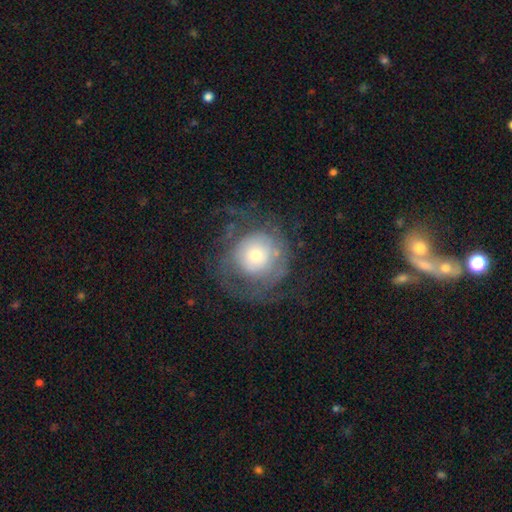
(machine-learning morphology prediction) smooth_or_featured: featured or disk (p=0.50) [alt: smooth p=0.41]
disk_edge_on: no (p=0.96) [alt: yes p=0.04]
merging: none (p=0.53) [alt: major disturbance p=0.27]